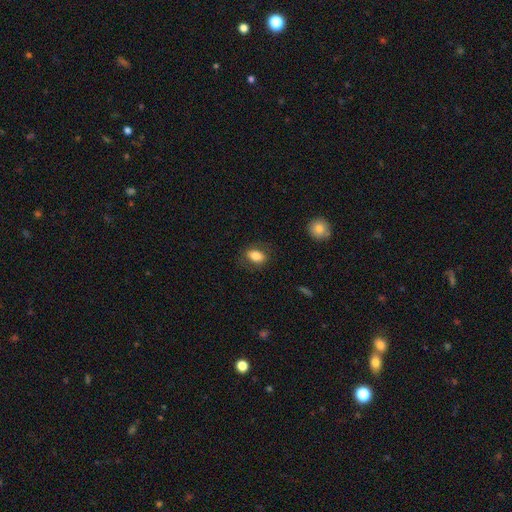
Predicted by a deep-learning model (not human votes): smooth-or-featured: smooth: 80% | featured or disk: 12% | star or artifact: 8%
  how-rounded: in between: 83% | round: 15% | cigar-shaped: 3%
  merging: none: 79% | minor disturbance: 14% | major disturbance: 5% | merger: 1%